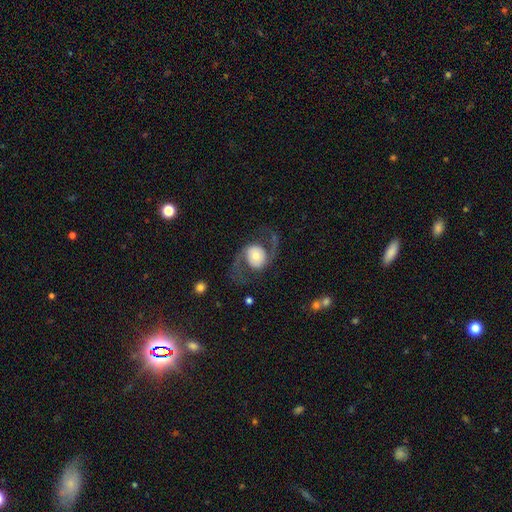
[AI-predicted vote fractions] featured or disk 78%, smooth 16%, star or artifact 6%. Down the decision tree: edge-on disk — no (97%); bar — no (69%); spiral arms — yes (92%); spiral arm count — 2 (93%); spiral winding — loose (57%); bulge size — moderate (43%); merging — none (69%).